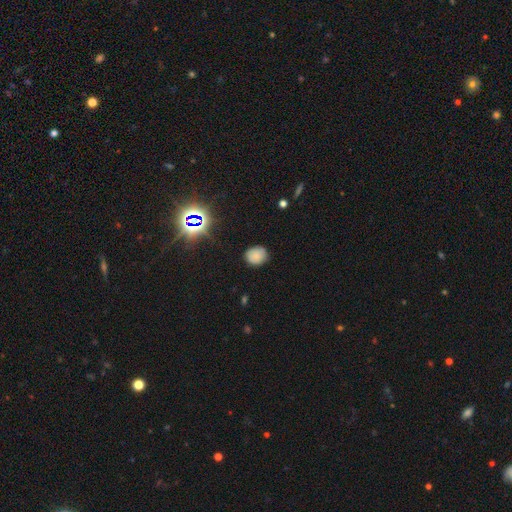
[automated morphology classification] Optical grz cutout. It shows a smooth galaxy with no disk features (78%) that is round (65%). Merging: none (81%).